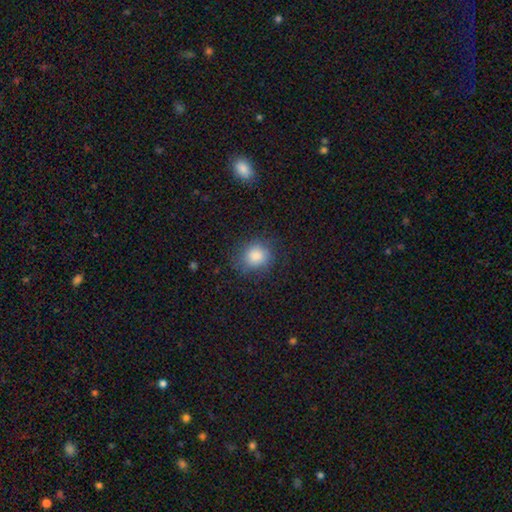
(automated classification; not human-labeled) Smooth or featured?
  - smooth: 85% *
  - star or artifact: 9%
  - featured or disk: 5%
How rounded?
  - round: 76% *
  - in between: 23%
  - cigar-shaped: 1%
Merging?
  - none: 78% *
  - minor disturbance: 15%
  - major disturbance: 5%
  - merger: 1%